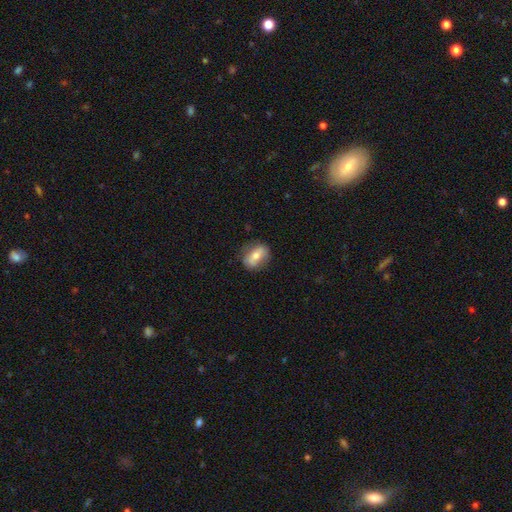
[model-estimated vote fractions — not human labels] Morphology: type=smooth (59%); roundness=in between (73%); merging=none (78%).